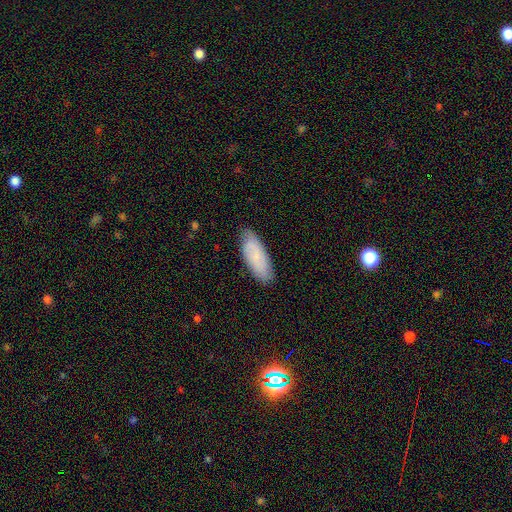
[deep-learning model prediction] Smooth or featured? smooth (66%)
How rounded? in between (77%)
Merging? none (79%)